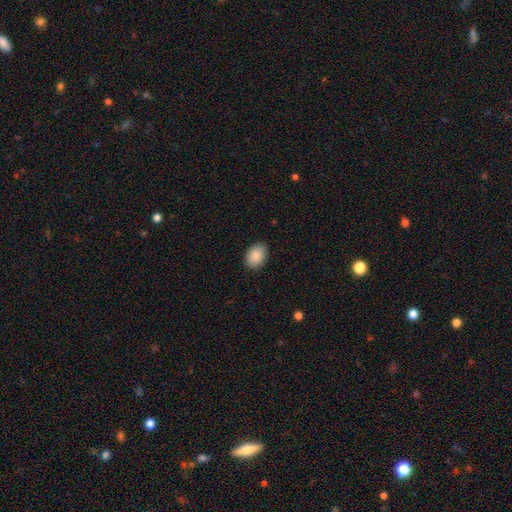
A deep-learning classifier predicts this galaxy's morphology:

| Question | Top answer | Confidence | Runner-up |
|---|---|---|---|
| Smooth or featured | smooth | 89% | star or artifact (7%) |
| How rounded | in between | 81% | round (18%) |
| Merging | none | 89% | minor disturbance (8%) |